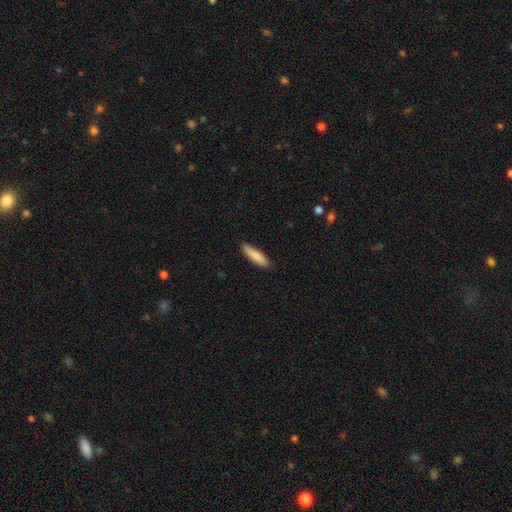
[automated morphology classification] Q: Smooth or featured?
A: smooth (84%); runner-up: featured or disk (11%)
Q: How rounded?
A: cigar-shaped (77%); runner-up: in between (22%)
Q: Merging?
A: none (83%); runner-up: minor disturbance (13%)